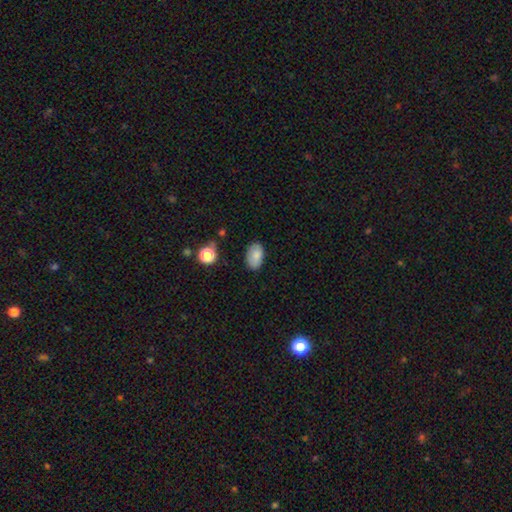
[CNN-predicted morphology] smooth_or_featured: smooth (p=0.84) [alt: star or artifact p=0.08]
how_rounded: in between (p=0.91) [alt: round p=0.07]
merging: none (p=0.80) [alt: minor disturbance p=0.15]